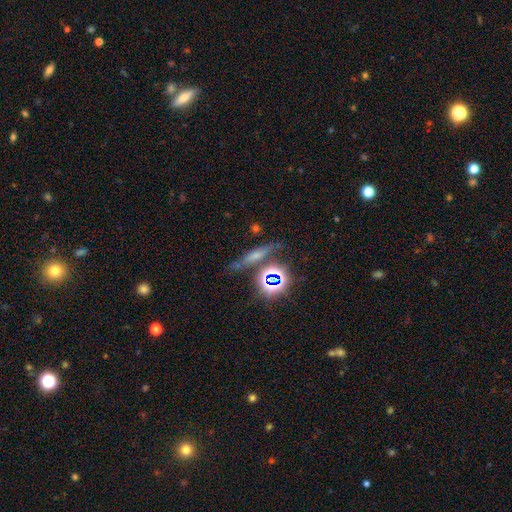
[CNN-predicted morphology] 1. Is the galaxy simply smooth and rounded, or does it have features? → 50% smooth, 28% star or artifact, 22% featured or disk.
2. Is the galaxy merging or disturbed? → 70% none, 15% minor disturbance, 9% merger, 6% major disturbance.